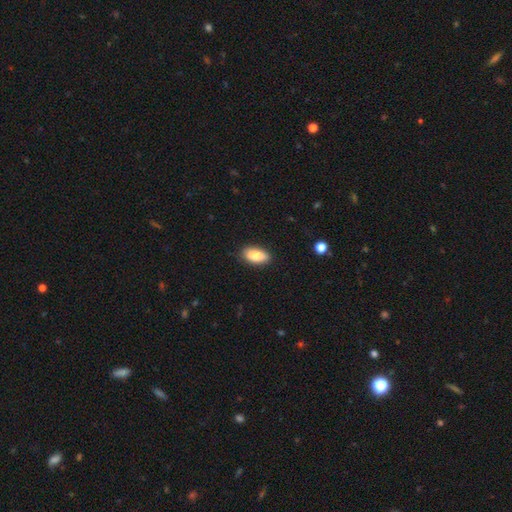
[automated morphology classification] A smooth galaxy with no disk features (85%) that is in between round and cigar-shaped (90%). Merging: none (86%).